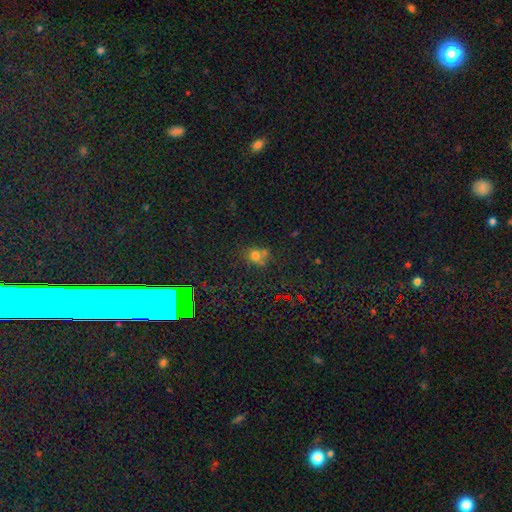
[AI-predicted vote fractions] A smooth galaxy with no disk features (63%) that is round (74%).

Vote fractions:
- Smooth or featured? smooth: 63% / star or artifact: 25% / featured or disk: 12%
- How rounded? round: 74% / in between: 25% / cigar-shaped: 1%
- Merging? none: 52% / merger: 28% / minor disturbance: 14% / major disturbance: 7%